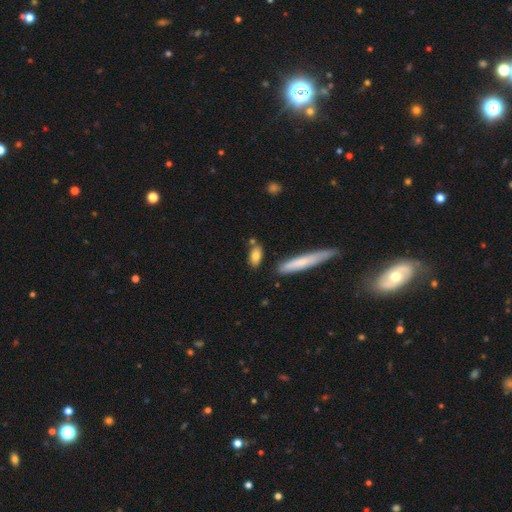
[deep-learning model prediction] smooth_or_featured: smooth (p=0.78) [alt: featured or disk p=0.15]
how_rounded: in between (p=0.70) [alt: cigar-shaped p=0.26]
merging: none (p=0.74) [alt: minor disturbance p=0.13]